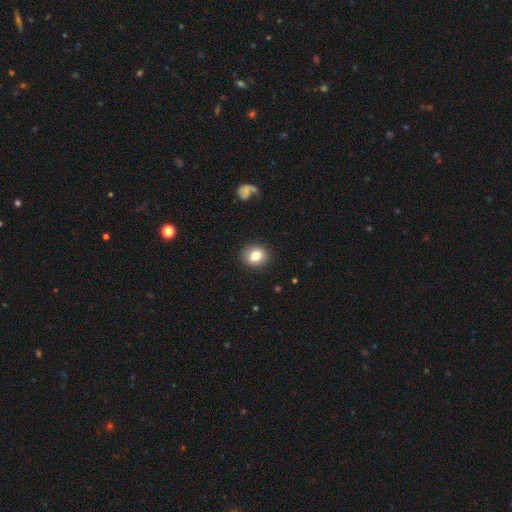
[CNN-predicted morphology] Overall: smooth (82%). How rounded: round (71%). Merging: none (89%).